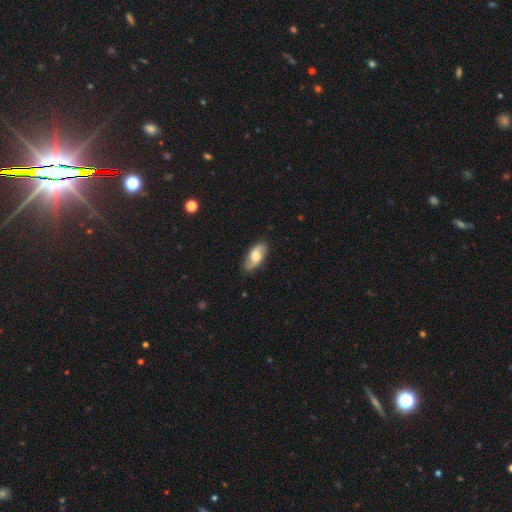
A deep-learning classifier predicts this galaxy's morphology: A featured or disk galaxy (47%). Merging: none (83%).